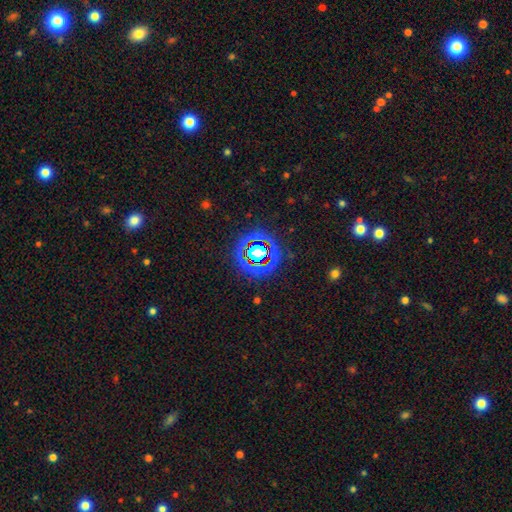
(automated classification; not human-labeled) Overall: star or artifact (78%).